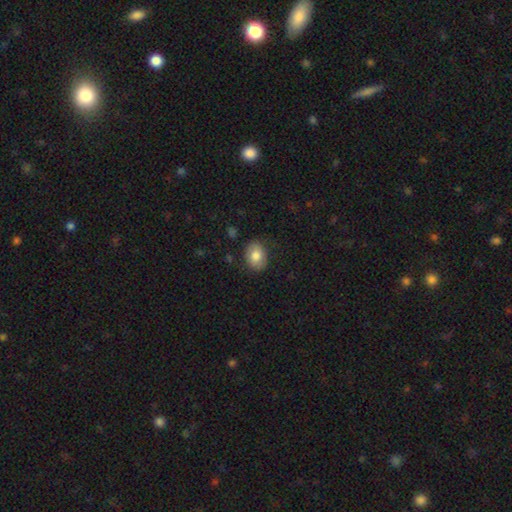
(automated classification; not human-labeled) Overall: smooth (79%). How rounded: in between (68%; round 31%). Merging: none (81%).